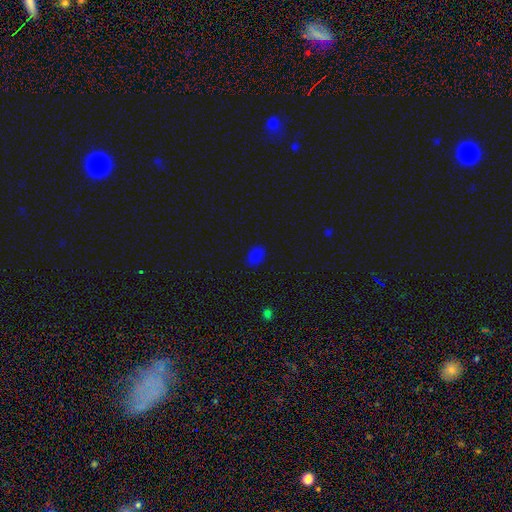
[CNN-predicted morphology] The model was most divided on "smooth or featured": smooth: 78%, star or artifact: 18%, featured or disk: 4%. More confident: merging — none (84%); how rounded — in between (83%).